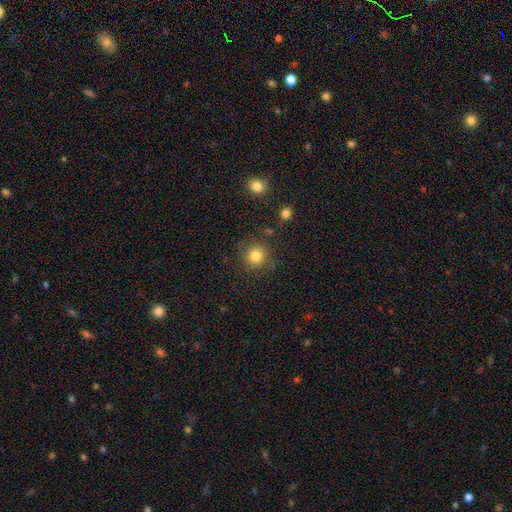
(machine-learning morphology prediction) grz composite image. It shows a smooth galaxy with no disk features (82%) that is round (91%). Merging: none (83%).